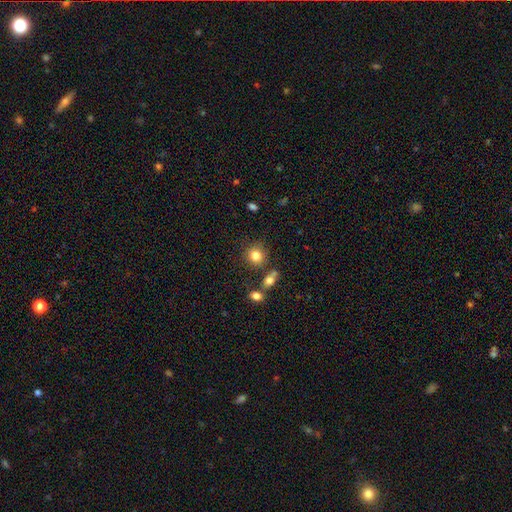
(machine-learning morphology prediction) Smooth or featured?
  - smooth: 82% *
  - star or artifact: 11%
  - featured or disk: 7%
How rounded?
  - round: 86% *
  - in between: 13%
  - cigar-shaped: 1%
Merging?
  - none: 76% *
  - minor disturbance: 11%
  - merger: 9%
  - major disturbance: 4%